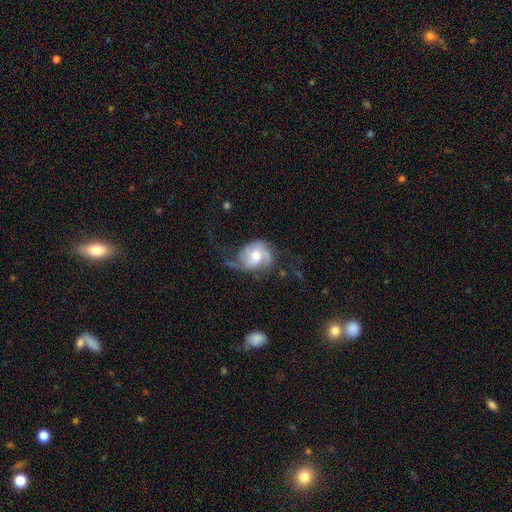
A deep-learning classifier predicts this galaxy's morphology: type=featured or disk (69%); edge-on=no (97%); bar=no (63%); spiral arms=yes (88%); winding=medium (41%); arm count=2 (42%); bulge=moderate (67%); merging=none (36%).